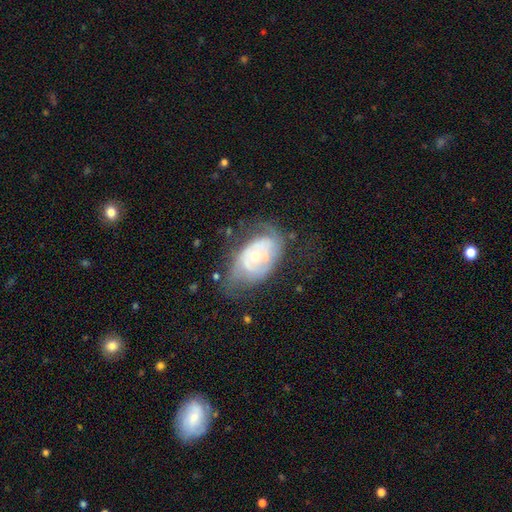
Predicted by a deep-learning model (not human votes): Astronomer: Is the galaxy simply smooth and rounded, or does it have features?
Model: featured or disk — 72%.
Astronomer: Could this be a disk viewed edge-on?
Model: no — 95%.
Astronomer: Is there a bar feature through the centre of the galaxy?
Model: no — 77%.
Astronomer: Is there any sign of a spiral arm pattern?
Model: yes — 70%.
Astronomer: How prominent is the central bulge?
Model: moderate — 51% (runner-up: small, 44%).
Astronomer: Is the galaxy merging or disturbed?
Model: none — 46% (runner-up: minor disturbance, 29%).